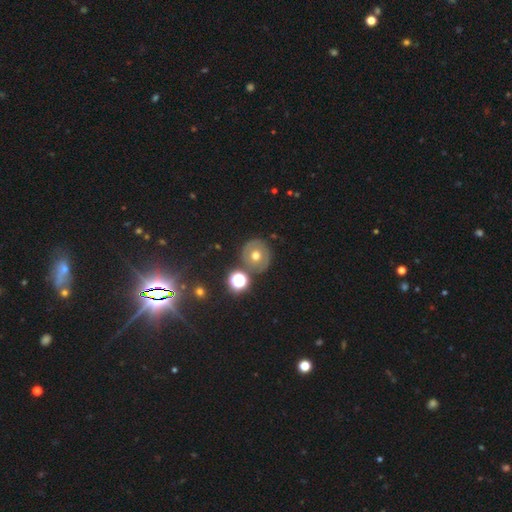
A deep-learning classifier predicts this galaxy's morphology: Smooth or featured?
  - smooth: 45% *
  - featured or disk: 40%
  - star or artifact: 15%
Merging?
  - none: 79% *
  - minor disturbance: 11%
  - merger: 6%
  - major disturbance: 4%